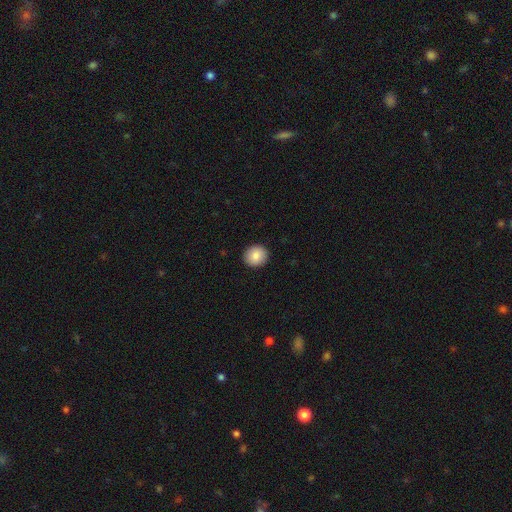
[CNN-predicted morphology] Smooth or featured? smooth (86%)
How rounded? round (84%)
Merging? none (92%)